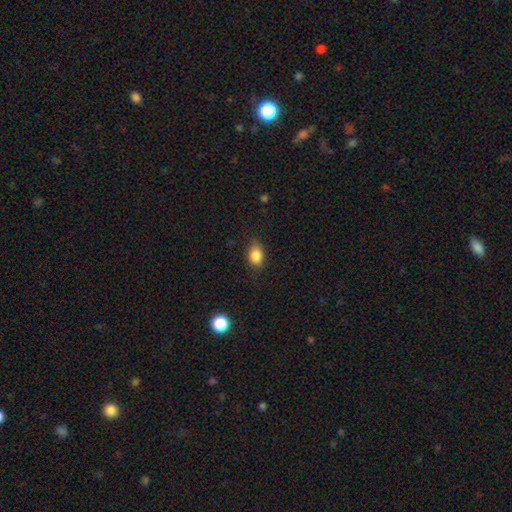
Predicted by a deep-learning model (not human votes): Smooth or featured?
  - smooth: 85% *
  - star or artifact: 10%
  - featured or disk: 5%
How rounded?
  - in between: 65% *
  - round: 33%
  - cigar-shaped: 1%
Merging?
  - none: 80% *
  - minor disturbance: 15%
  - major disturbance: 3%
  - merger: 1%